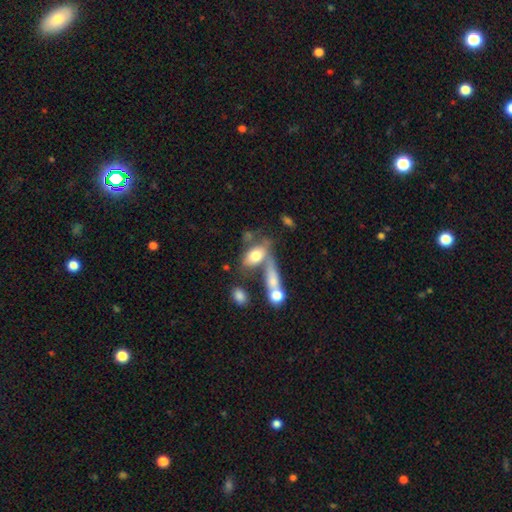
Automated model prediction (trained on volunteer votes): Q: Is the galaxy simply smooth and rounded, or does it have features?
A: smooth — 70%.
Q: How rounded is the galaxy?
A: in between — 81%.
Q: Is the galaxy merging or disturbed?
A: merger — 40%.